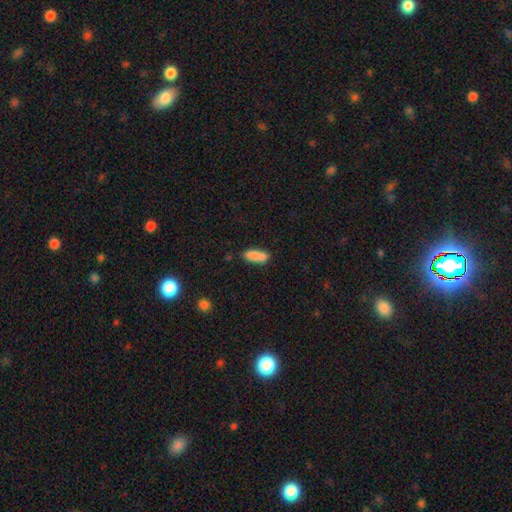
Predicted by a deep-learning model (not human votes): smooth-or-featured: smooth: 81% | featured or disk: 12% | star or artifact: 7%
  how-rounded: in between: 72% | cigar-shaped: 25% | round: 3%
  merging: none: 57% | merger: 23% | minor disturbance: 16% | major disturbance: 4%